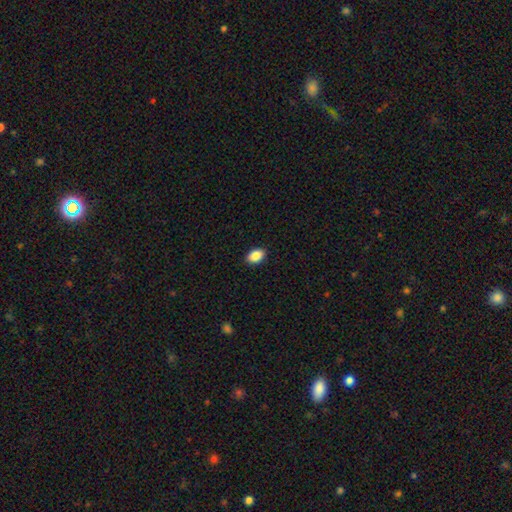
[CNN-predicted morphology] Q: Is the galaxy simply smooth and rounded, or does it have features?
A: smooth — 89%.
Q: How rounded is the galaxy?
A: in between — 88%.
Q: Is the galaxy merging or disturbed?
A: none — 90%.